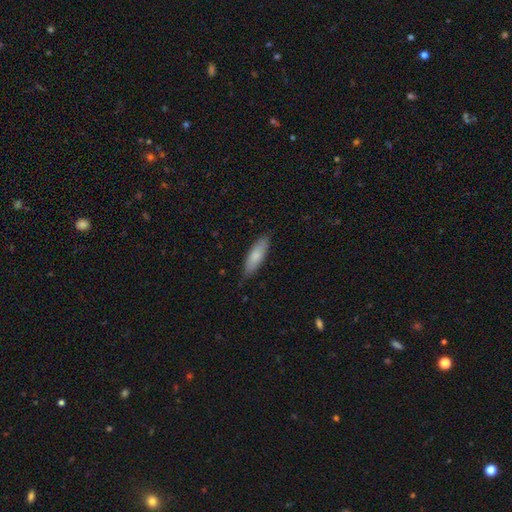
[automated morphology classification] Smooth or featured? Predicted: smooth (p=0.80). How rounded? Predicted: cigar-shaped (p=0.50). Merging? Predicted: none (p=0.81).